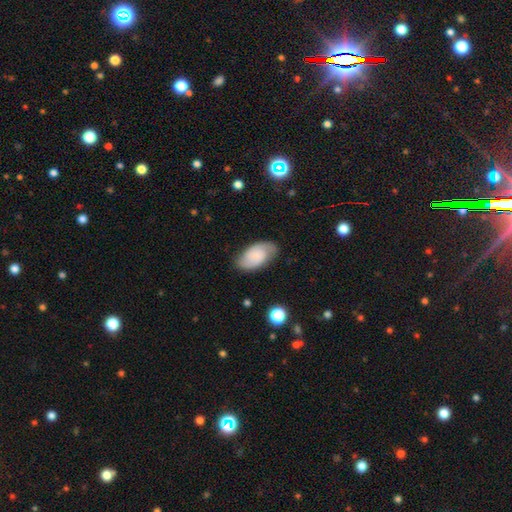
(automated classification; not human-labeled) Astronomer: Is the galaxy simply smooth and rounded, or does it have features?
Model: smooth — 48% (runner-up: featured or disk, 44%).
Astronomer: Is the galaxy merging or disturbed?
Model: none — 74%.